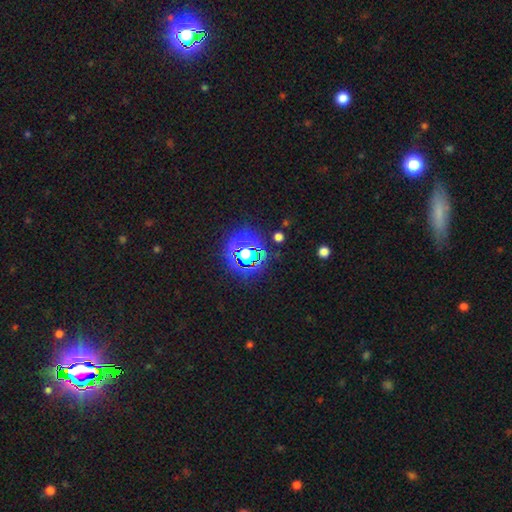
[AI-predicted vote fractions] This appears to be a star or artifact, not a galaxy (77%).